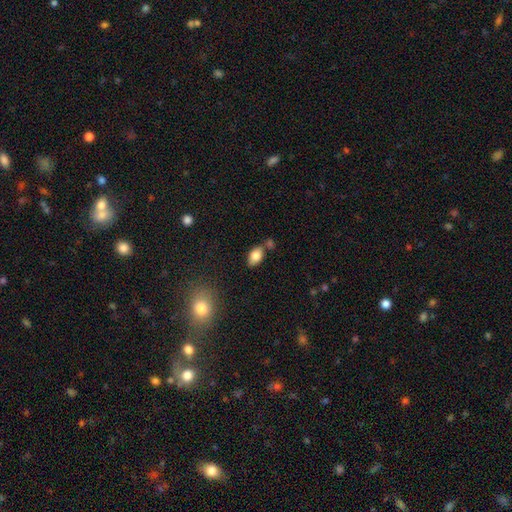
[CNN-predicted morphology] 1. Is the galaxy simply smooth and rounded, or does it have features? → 82% smooth, 10% featured or disk, 8% star or artifact.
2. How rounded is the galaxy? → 90% in between, 7% round, 2% cigar-shaped.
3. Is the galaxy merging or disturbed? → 66% none, 16% merger, 15% minor disturbance, 4% major disturbance.